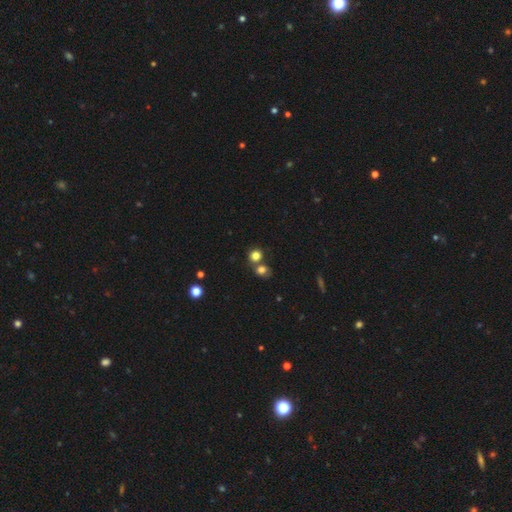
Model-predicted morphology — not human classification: Smooth or featured: smooth — 80% (star or artifact — 14%)
How rounded: round — 83% (in between — 16%)
Merging: none — 57% (merger — 32%)